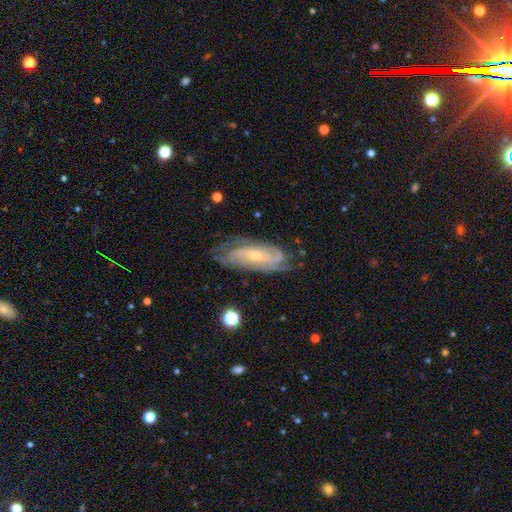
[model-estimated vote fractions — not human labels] Q: Smooth or featured?
A: featured or disk (83%); runner-up: smooth (11%)
Q: Edge-on disk?
A: no (89%); runner-up: yes (11%)
Q: Bar?
A: no (51%); runner-up: weak (34%)
Q: Spiral arms?
A: yes (95%); runner-up: no (5%)
Q: Spiral winding?
A: tight (55%); runner-up: medium (35%)
Q: Spiral arm count?
A: 2 (35%); runner-up: can't tell (30%)
Q: Bulge size?
A: small (70%); runner-up: moderate (27%)
Q: Merging?
A: none (72%); runner-up: minor disturbance (19%)